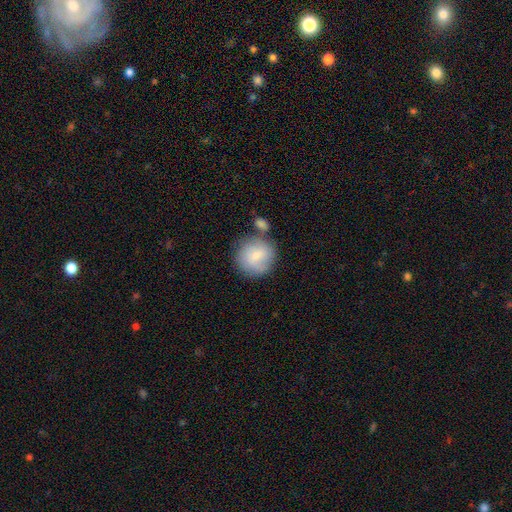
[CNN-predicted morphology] smooth-or-featured: smooth: 75% | featured or disk: 19% | star or artifact: 7%
  how-rounded: round: 90% | in between: 9% | cigar-shaped: 1%
  merging: none: 59% | merger: 18% | minor disturbance: 17% | major disturbance: 6%